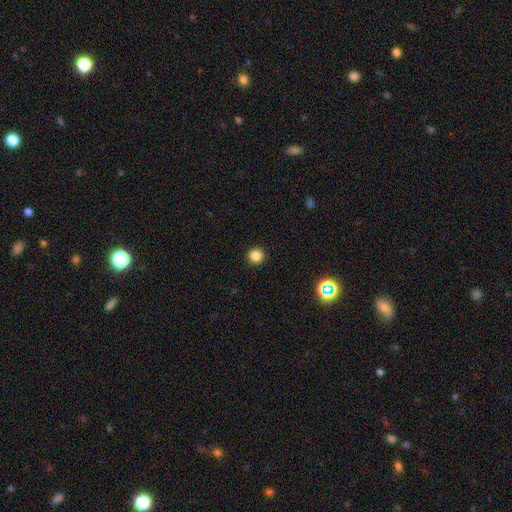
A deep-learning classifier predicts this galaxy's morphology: Smooth or featured?
  - smooth: 84% *
  - star or artifact: 13%
  - featured or disk: 4%
How rounded?
  - round: 94% *
  - in between: 5%
  - cigar-shaped: 1%
Merging?
  - none: 93% *
  - minor disturbance: 5%
  - major disturbance: 2%
  - merger: 1%